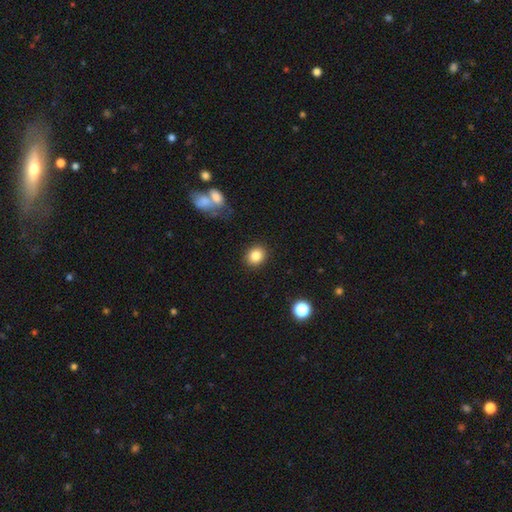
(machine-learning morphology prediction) type=smooth (84%); roundness=round (69%); merging=none (89%).